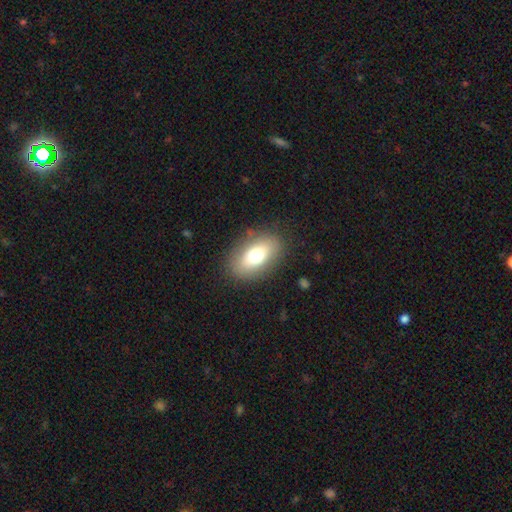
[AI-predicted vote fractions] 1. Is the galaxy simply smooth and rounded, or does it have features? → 71% smooth, 20% featured or disk, 9% star or artifact.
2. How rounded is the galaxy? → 88% in between, 10% round, 2% cigar-shaped.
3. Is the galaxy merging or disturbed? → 85% none, 10% minor disturbance, 4% major disturbance, 1% merger.